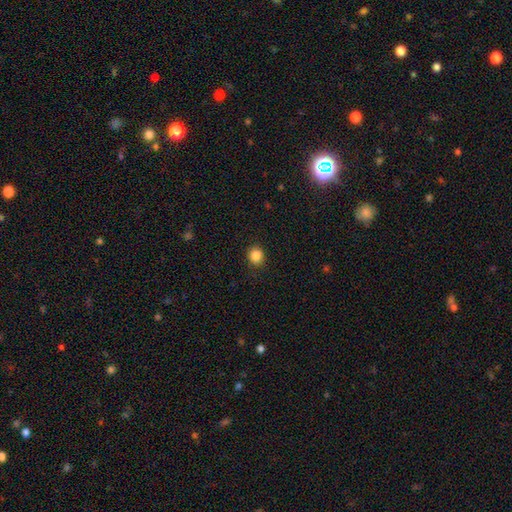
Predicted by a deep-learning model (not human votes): Smooth or featured: smooth — 86% (star or artifact — 10%)
How rounded: round — 80% (in between — 19%)
Merging: none — 89% (minor disturbance — 8%)